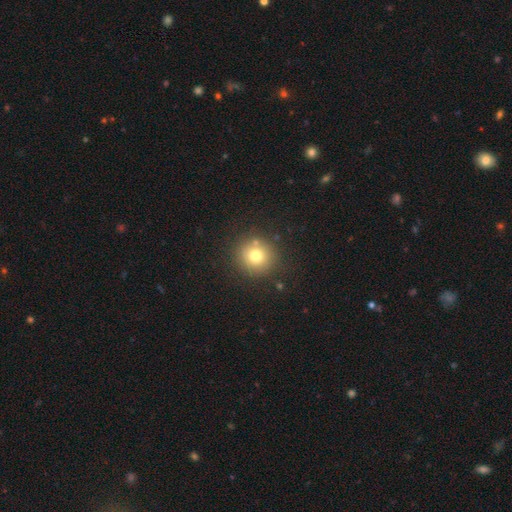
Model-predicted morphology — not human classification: type=smooth (75%); roundness=round (93%); merging=none (84%).